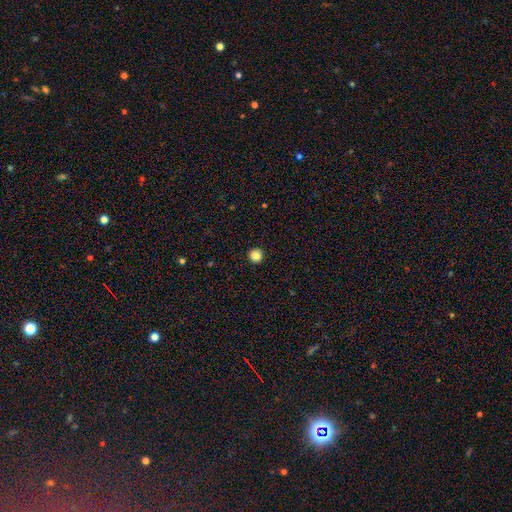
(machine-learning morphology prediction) smooth-or-featured: smooth: 85% | star or artifact: 11% | featured or disk: 4%
  how-rounded: round: 95% | in between: 4% | cigar-shaped: 1%
  merging: none: 93% | minor disturbance: 4% | major disturbance: 1% | merger: 1%